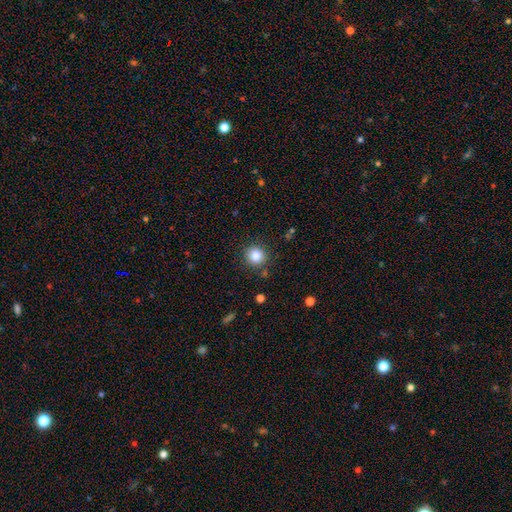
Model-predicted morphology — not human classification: A smooth galaxy with no disk features (84%) that is round (90%).

Vote fractions:
- Smooth or featured? smooth: 84% / star or artifact: 11% / featured or disk: 5%
- How rounded? round: 90% / in between: 9% / cigar-shaped: 1%
- Merging? none: 86% / minor disturbance: 9% / major disturbance: 3% / merger: 3%